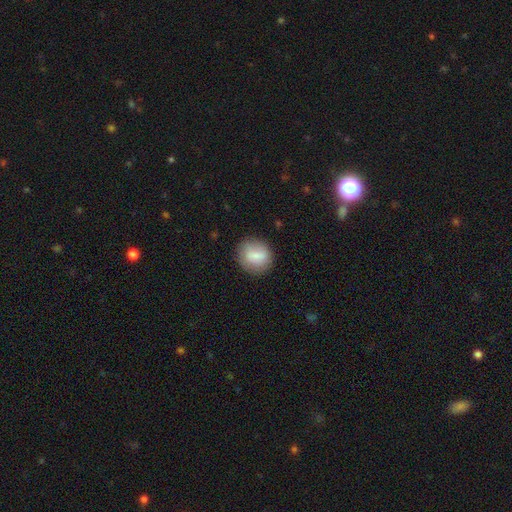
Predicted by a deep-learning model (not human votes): Overall: smooth (78%). How rounded: round (78%). Merging: none (82%).